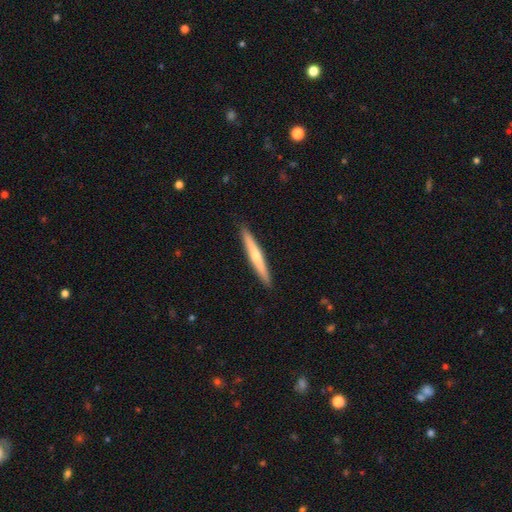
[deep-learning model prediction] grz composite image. It shows a smooth galaxy with no disk features (49%). Merging: none (92%).